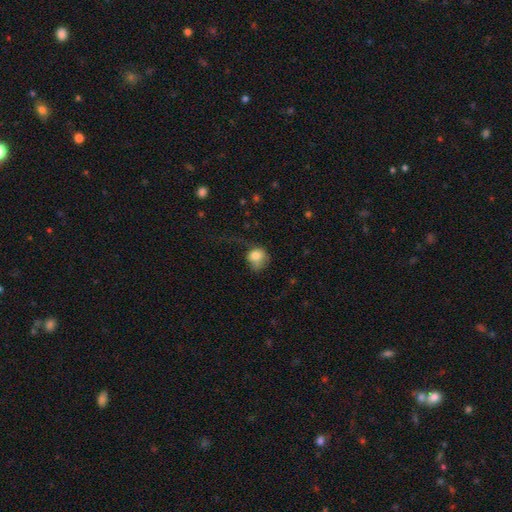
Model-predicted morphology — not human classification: Q: Smooth or featured?
A: smooth (78%); runner-up: featured or disk (13%)
Q: How rounded?
A: round (64%); runner-up: in between (35%)
Q: Merging?
A: major disturbance (39%); runner-up: none (32%)